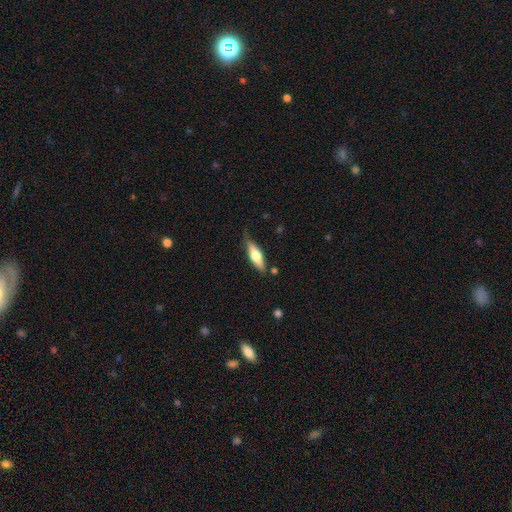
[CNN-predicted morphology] Smooth or featured: smooth — 50% (featured or disk — 45%)
Merging: none — 71% (minor disturbance — 21%)